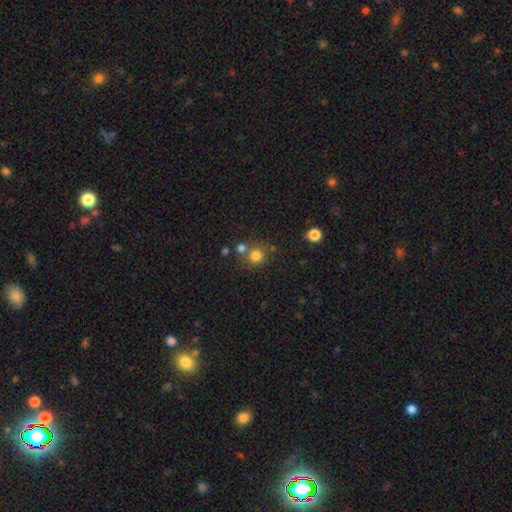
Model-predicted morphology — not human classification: A smooth galaxy with no disk features (79%) that is round (91%).

Vote fractions:
- Smooth or featured? smooth: 79% / star or artifact: 14% / featured or disk: 7%
- How rounded? round: 91% / in between: 8% / cigar-shaped: 1%
- Merging? none: 68% / merger: 20% / minor disturbance: 9% / major disturbance: 4%